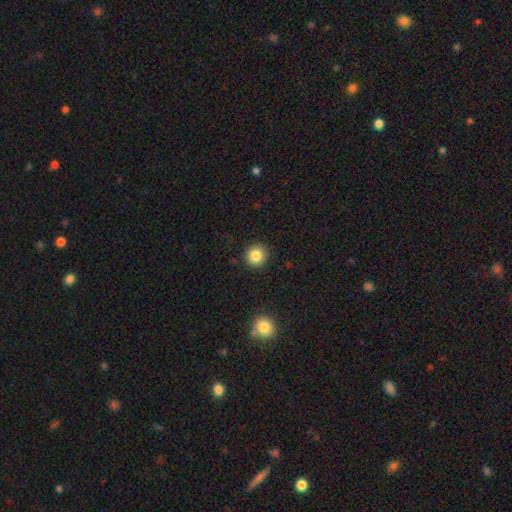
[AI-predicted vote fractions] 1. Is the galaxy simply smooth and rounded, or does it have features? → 84% smooth, 10% star or artifact, 6% featured or disk.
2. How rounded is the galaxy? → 92% round, 7% in between, 1% cigar-shaped.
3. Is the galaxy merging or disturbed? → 91% none, 6% minor disturbance, 2% major disturbance, 1% merger.